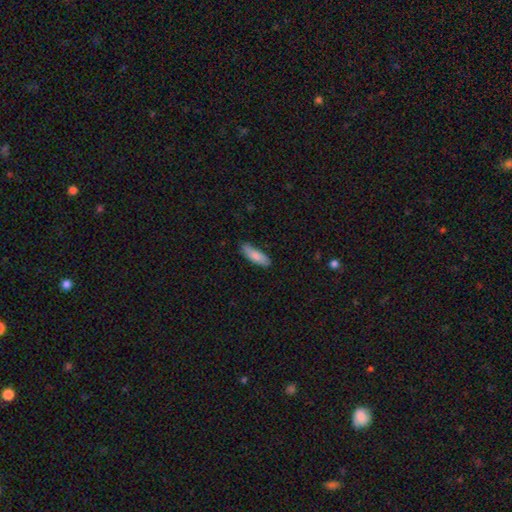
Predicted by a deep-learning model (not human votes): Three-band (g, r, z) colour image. It shows a smooth galaxy with no disk features (84%) that is in between round and cigar-shaped (53%). Merging: none (77%).